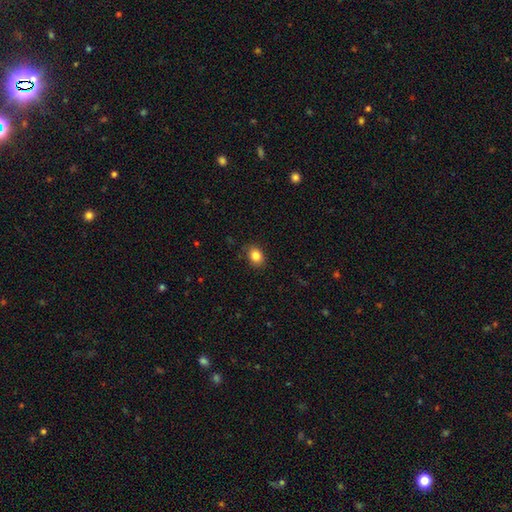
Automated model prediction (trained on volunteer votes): Smooth or featured? smooth (85%)
How rounded? in between (55%)
Merging? none (86%)